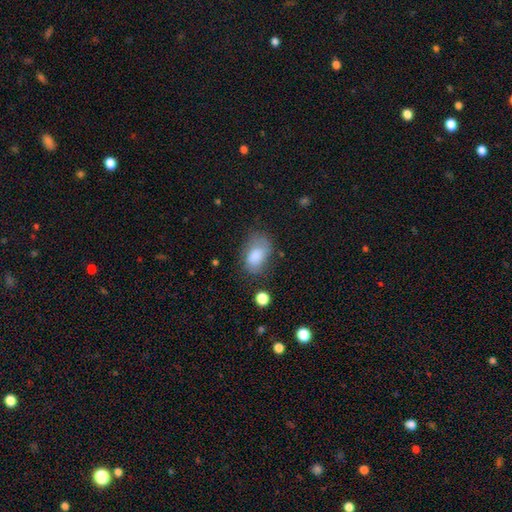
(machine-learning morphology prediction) Smooth or featured: smooth — 80% (featured or disk — 11%)
How rounded: in between — 87% (round — 12%)
Merging: none — 47% (minor disturbance — 31%)